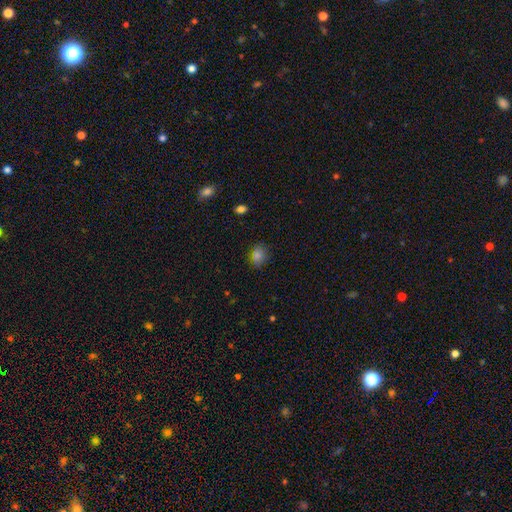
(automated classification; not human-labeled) Smooth or featured? smooth (79%)
How rounded? in between (51%)
Merging? none (82%)